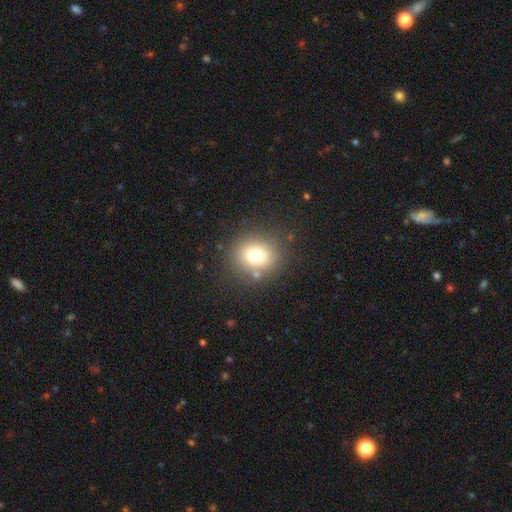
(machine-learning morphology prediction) smooth-or-featured: smooth: 74% | star or artifact: 14% | featured or disk: 12%
  how-rounded: round: 74% | in between: 25% | cigar-shaped: 1%
  merging: none: 81% | minor disturbance: 9% | merger: 5% | major disturbance: 4%